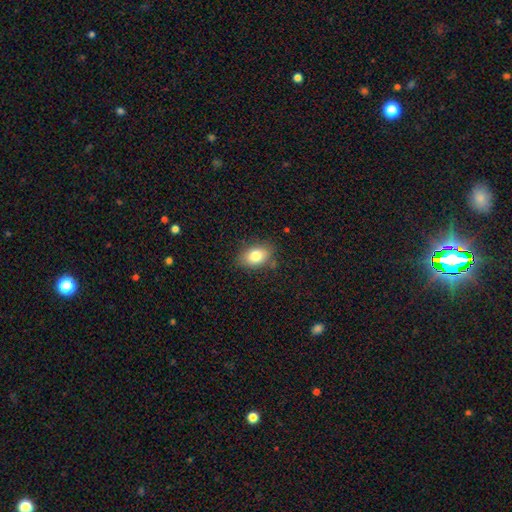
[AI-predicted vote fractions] Smooth or featured? Predicted: smooth (p=0.81). How rounded? Predicted: in between (p=0.81). Merging? Predicted: none (p=0.80).